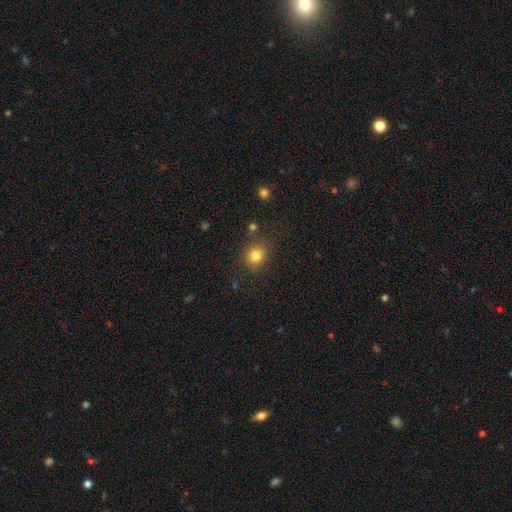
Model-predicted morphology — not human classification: smooth 81%, star or artifact 12%, featured or disk 6%. Down the decision tree: how rounded — round (78%); merging — none (81%).